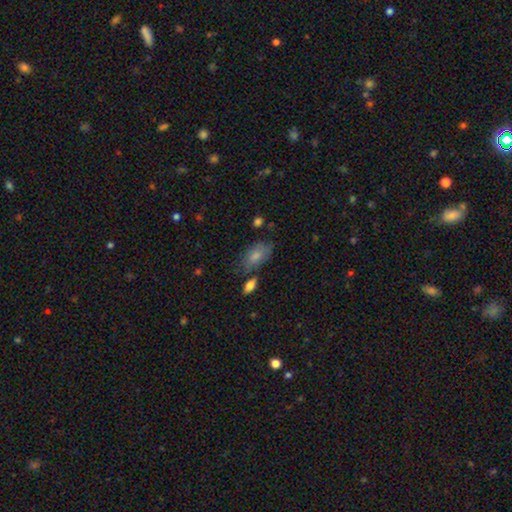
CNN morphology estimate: A smooth galaxy with no disk features (78%) that is in between round and cigar-shaped (92%).

Vote fractions:
- Smooth or featured? smooth: 78% / featured or disk: 15% / star or artifact: 7%
- How rounded? in between: 92% / round: 5% / cigar-shaped: 3%
- Merging? none: 58% / minor disturbance: 26% / merger: 8% / major disturbance: 8%